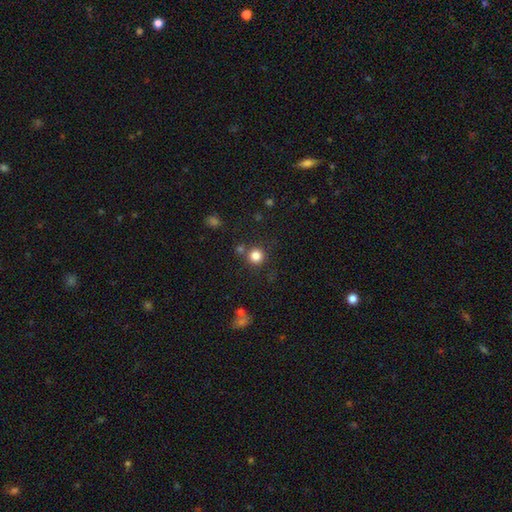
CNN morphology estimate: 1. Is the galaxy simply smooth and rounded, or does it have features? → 82% smooth, 13% star or artifact, 5% featured or disk.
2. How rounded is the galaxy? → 94% round, 5% in between, 1% cigar-shaped.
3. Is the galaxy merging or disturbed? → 81% none, 8% merger, 8% minor disturbance, 3% major disturbance.